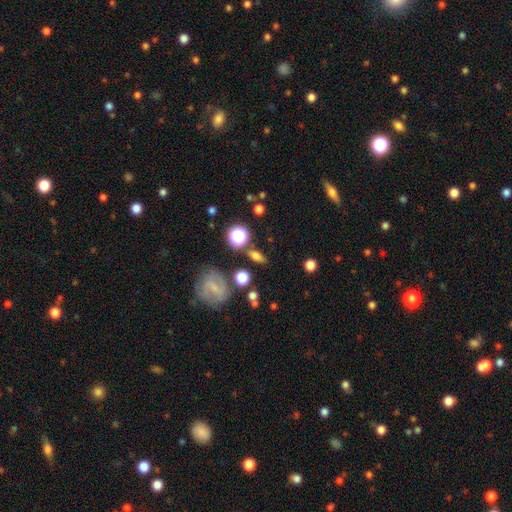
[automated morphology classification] smooth_or_featured: smooth (p=0.63) [alt: star or artifact p=0.19]
how_rounded: in between (p=0.58) [alt: round p=0.28]
merging: none (p=0.76) [alt: minor disturbance p=0.12]